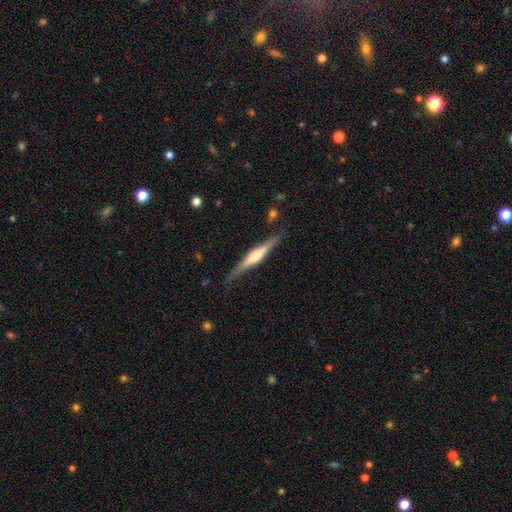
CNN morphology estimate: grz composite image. It shows a featured or disk galaxy (64%) viewed edge-on (96%) with a rounded central bulge (58%). Merging: none (80%).